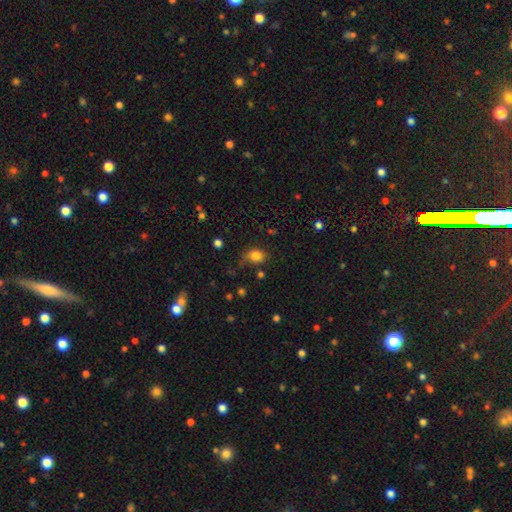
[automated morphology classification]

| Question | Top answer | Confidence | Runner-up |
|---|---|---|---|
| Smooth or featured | smooth | 82% | star or artifact (11%) |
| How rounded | in between | 63% | round (35%) |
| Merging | none | 63% | minor disturbance (25%) |